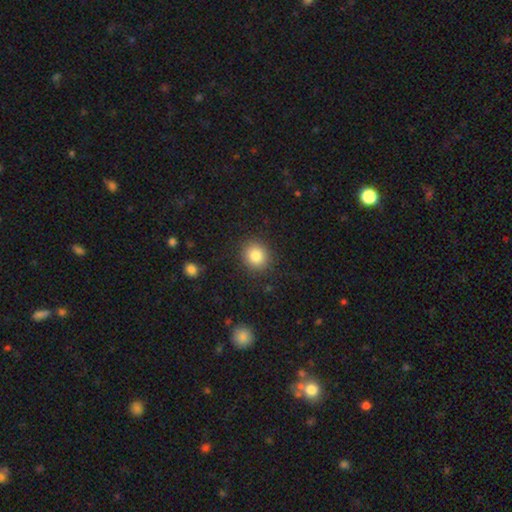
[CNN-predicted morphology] A smooth galaxy with no disk features (84%) that is round (78%). Merging: none (88%).